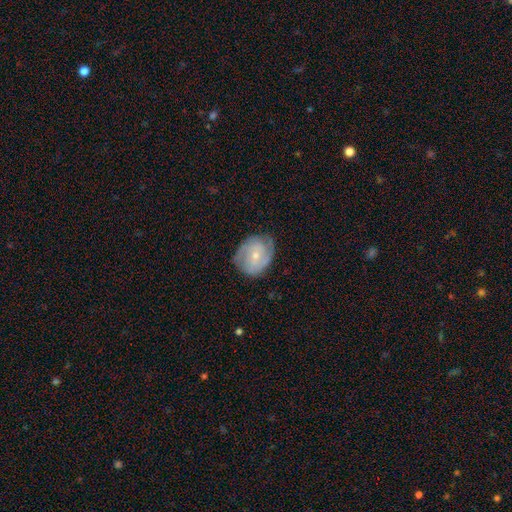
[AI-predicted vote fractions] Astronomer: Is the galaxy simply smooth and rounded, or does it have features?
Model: featured or disk — 66%.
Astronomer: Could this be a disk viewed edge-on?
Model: no — 97%.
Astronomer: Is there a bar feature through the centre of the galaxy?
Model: no — 60%.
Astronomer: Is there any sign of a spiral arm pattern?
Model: yes — 86%.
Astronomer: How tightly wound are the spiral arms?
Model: tight — 48% (runner-up: medium, 39%).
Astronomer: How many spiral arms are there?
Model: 2 — 56%.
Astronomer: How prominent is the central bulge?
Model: small — 65%.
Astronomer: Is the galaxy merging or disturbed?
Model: none — 72%.